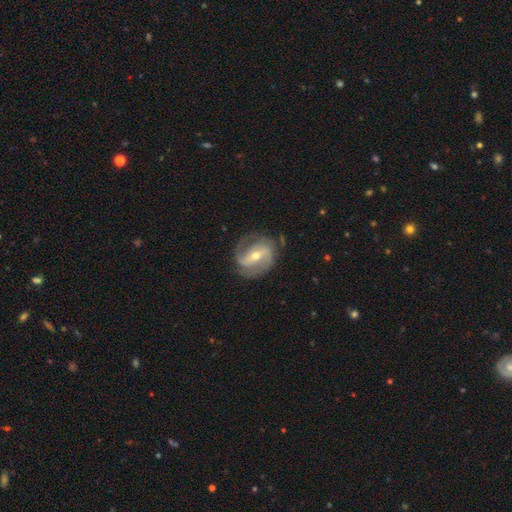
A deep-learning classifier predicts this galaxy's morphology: type=featured or disk (86%); edge-on=no (96%); bar=strong (55%); spiral arms=yes (93%); winding=medium (46%); arm count=2 (80%); bulge=moderate (54%); merging=none (75%).